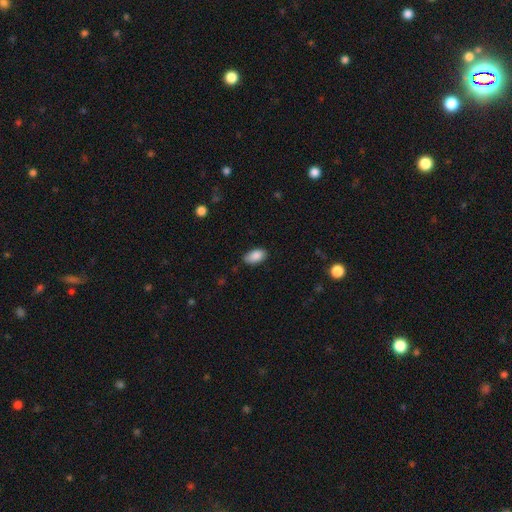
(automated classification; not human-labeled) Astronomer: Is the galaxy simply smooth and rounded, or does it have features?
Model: smooth — 88%.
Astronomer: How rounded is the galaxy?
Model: in between — 94%.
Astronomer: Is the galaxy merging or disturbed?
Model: none — 76%.